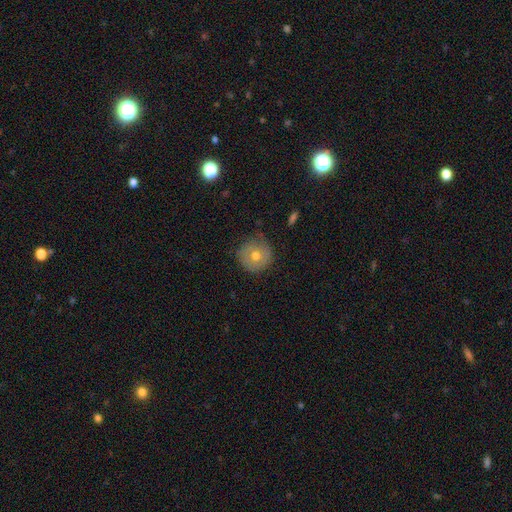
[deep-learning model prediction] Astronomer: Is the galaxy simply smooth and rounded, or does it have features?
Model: smooth — 62%.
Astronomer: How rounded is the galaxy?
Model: round — 94%.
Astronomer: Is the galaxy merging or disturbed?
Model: none — 73%.